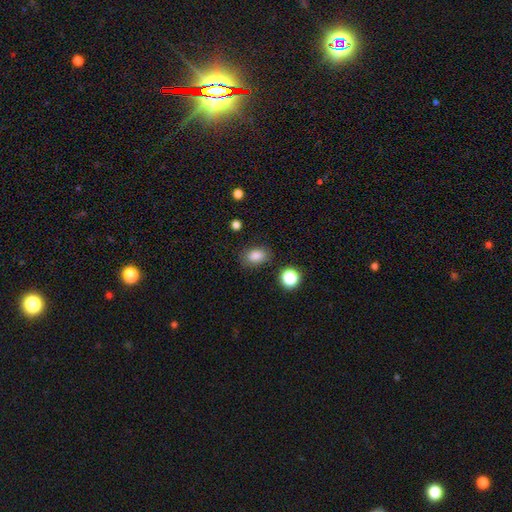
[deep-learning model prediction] smooth-or-featured: smooth: 85% | star or artifact: 10% | featured or disk: 5%
  how-rounded: in between: 80% | round: 19% | cigar-shaped: 1%
  merging: none: 80% | minor disturbance: 13% | major disturbance: 4% | merger: 3%